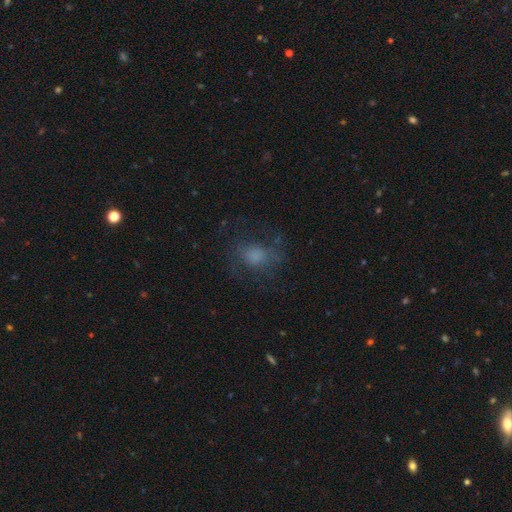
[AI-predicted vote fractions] This appears to be a smooth galaxy with no disk features (54%) that is round (57%). Merging: none (58%).